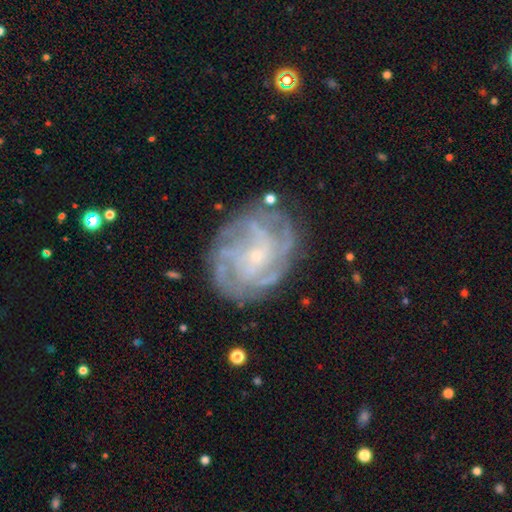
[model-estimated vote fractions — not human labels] Overall: featured or disk (83%). Edge-on disk: no (97%). Bar: no (67%; weak 27%). Spiral arms: yes (94%). Spiral arm count: 4 (30%; can't tell 27%). Spiral winding: tight (57%; medium 34%). Bulge size: small (79%). Merging: none (76%).